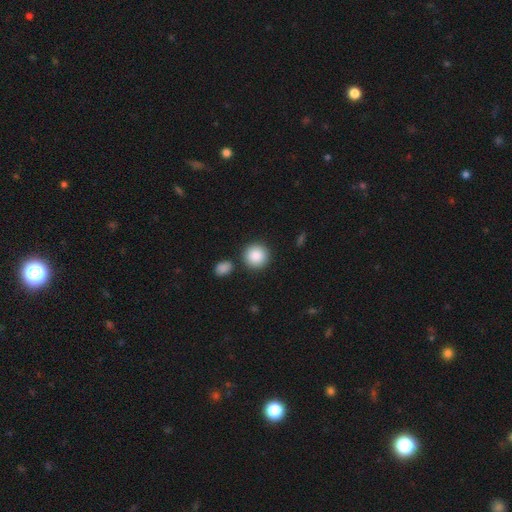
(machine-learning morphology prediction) smooth_or_featured: smooth (p=0.89) [alt: star or artifact p=0.07]
how_rounded: round (p=0.93) [alt: in between p=0.06]
merging: none (p=0.83) [alt: merger p=0.07]